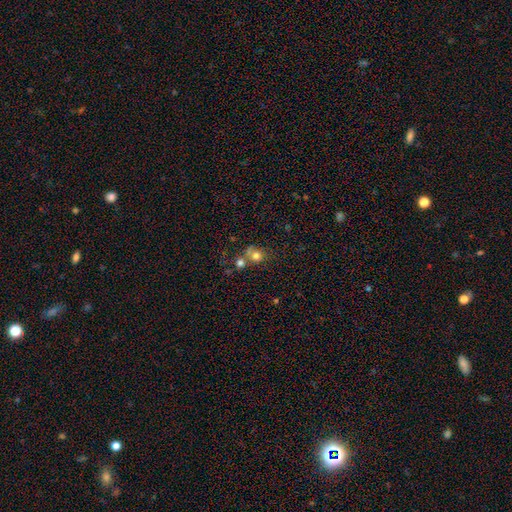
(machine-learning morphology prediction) A smooth galaxy with no disk features (75%) that is round (80%). Merging: merger (44%).